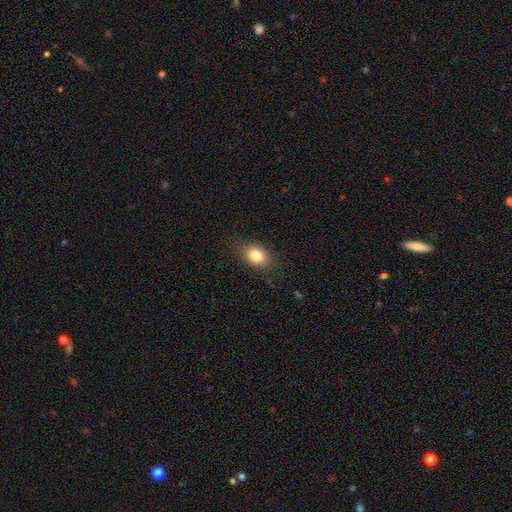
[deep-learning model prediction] smooth_or_featured: smooth (p=0.81) [alt: star or artifact p=0.10]
how_rounded: in between (p=0.71) [alt: round p=0.27]
merging: none (p=0.83) [alt: minor disturbance p=0.12]